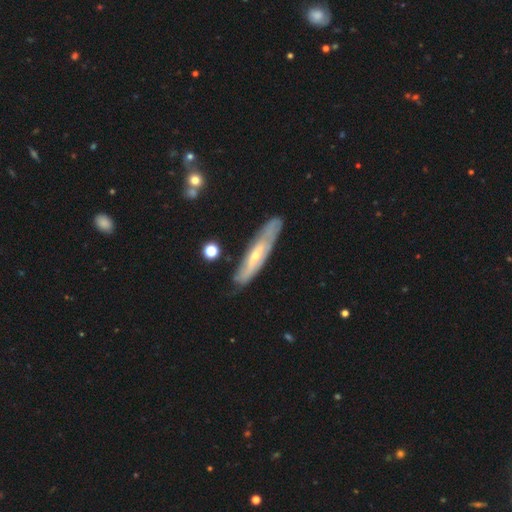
Morphology: type=featured or disk (64%); edge-on=yes (84%); edge-on bulge=rounded (71%); merging=none (64%).